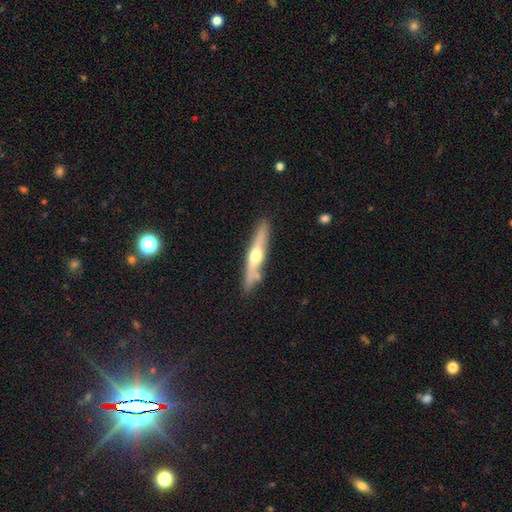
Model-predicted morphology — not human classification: type=featured or disk (59%); edge-on=yes (93%); edge-on bulge=rounded (91%); merging=none (79%).